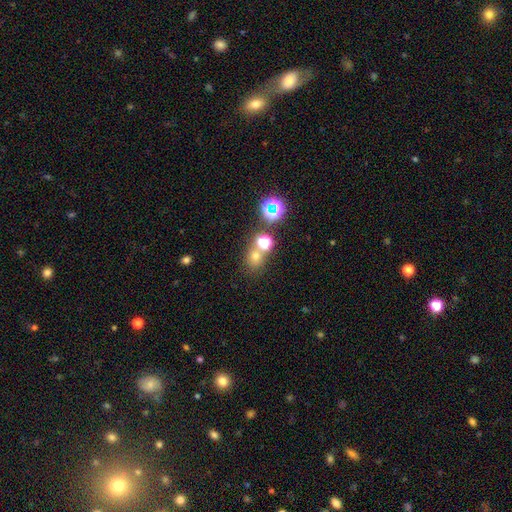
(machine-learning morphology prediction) Smooth or featured?
  - smooth: 60% *
  - star or artifact: 30%
  - featured or disk: 10%
How rounded?
  - round: 72% *
  - in between: 27%
  - cigar-shaped: 1%
Merging?
  - none: 61% *
  - merger: 26%
  - minor disturbance: 9%
  - major disturbance: 4%